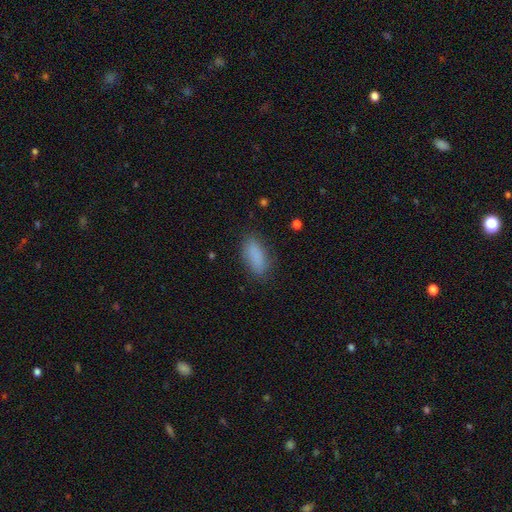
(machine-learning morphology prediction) smooth 86%, star or artifact 8%, featured or disk 6%. Down the decision tree: how rounded — in between (80%); merging — none (79%).